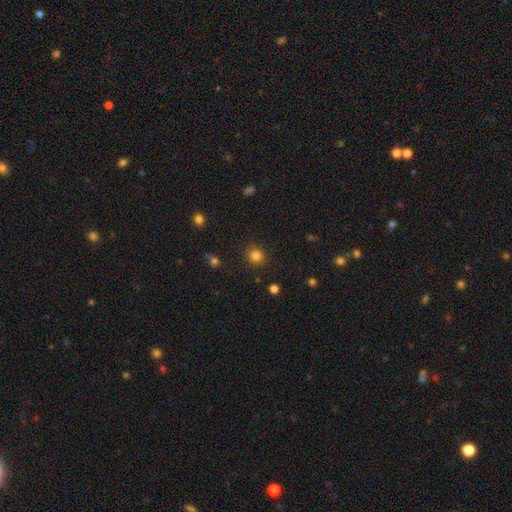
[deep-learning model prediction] Smooth or featured? Predicted: smooth (p=0.83). How rounded? Predicted: round (p=0.84). Merging? Predicted: none (p=0.88).